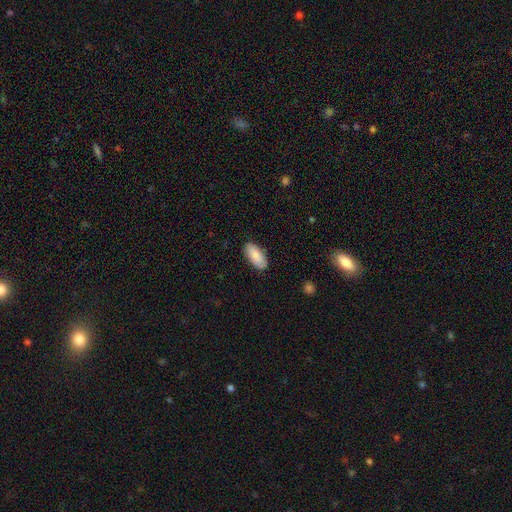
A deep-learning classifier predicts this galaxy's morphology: The model was most divided on "merging": none: 86%, minor disturbance: 11%, major disturbance: 2%, merger: 1%. More confident: how rounded — in between (88%); smooth or featured — smooth (85%).